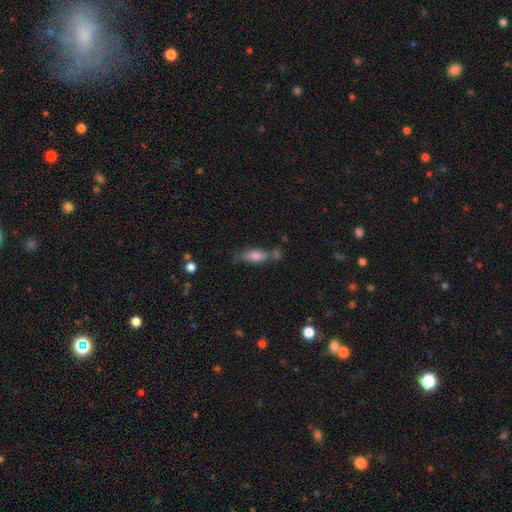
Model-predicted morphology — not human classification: Smooth or featured? smooth (67%)
How rounded? in between (58%)
Merging? none (46%)